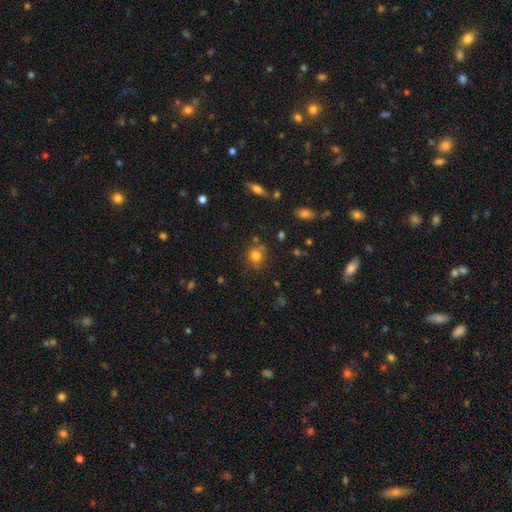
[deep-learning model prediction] This is likely a smooth galaxy (79%). How rounded: clearly round (86%). Merging: likely none (74%).